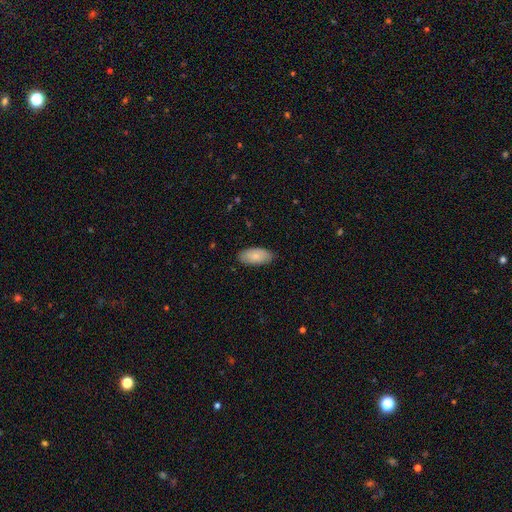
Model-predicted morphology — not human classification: Overall: smooth (81%). How rounded: in between (93%). Merging: none (85%).